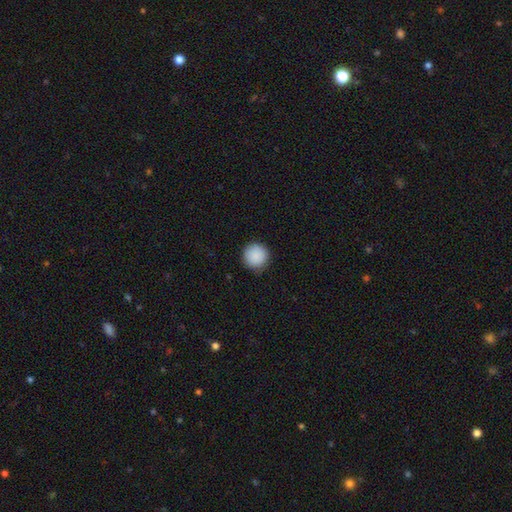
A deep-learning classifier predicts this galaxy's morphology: Smooth or featured? smooth (89%)
How rounded? round (96%)
Merging? none (89%)